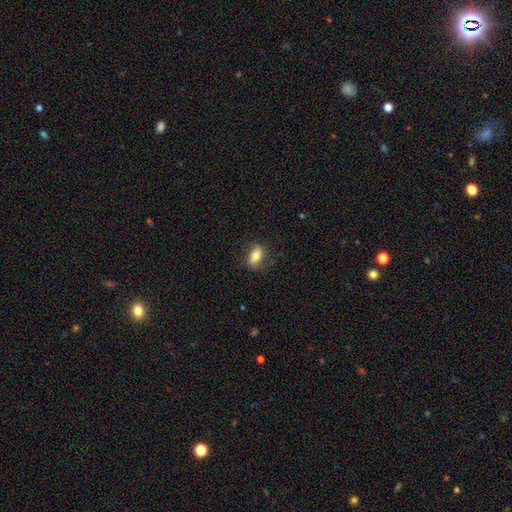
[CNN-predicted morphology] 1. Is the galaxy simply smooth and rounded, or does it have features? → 76% smooth, 17% featured or disk, 8% star or artifact.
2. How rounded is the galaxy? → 85% in between, 8% round, 7% cigar-shaped.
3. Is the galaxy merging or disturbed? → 78% none, 16% minor disturbance, 5% major disturbance, 1% merger.